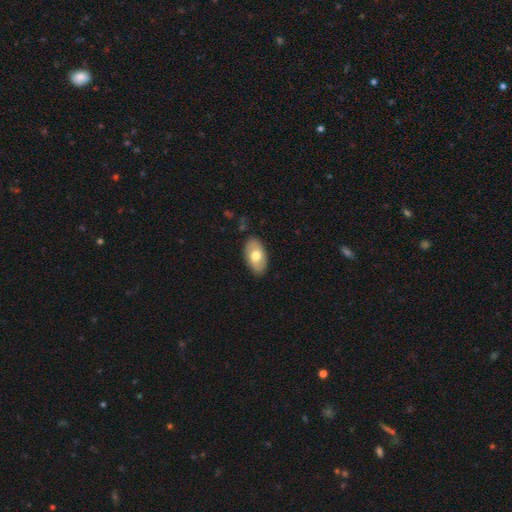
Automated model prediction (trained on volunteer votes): This appears to be a smooth galaxy with no disk features (64%) that is in between round and cigar-shaped (93%). Merging: none (86%).